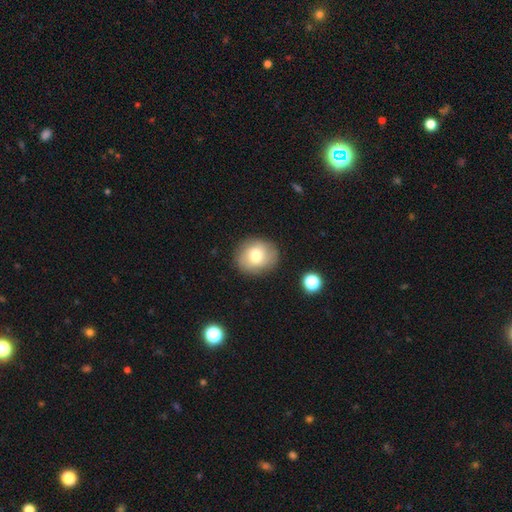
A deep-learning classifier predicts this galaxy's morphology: smooth-or-featured: smooth: 67% | featured or disk: 23% | star or artifact: 10%
  how-rounded: round: 75% | in between: 24% | cigar-shaped: 1%
  merging: none: 84% | minor disturbance: 11% | major disturbance: 3% | merger: 2%